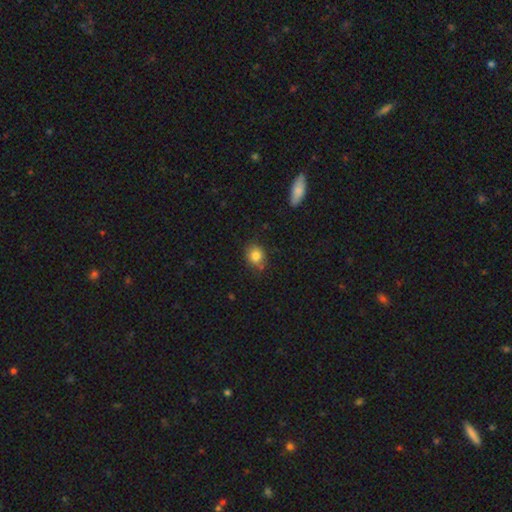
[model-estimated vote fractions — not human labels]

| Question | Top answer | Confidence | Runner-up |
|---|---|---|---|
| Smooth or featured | smooth | 83% | star or artifact (10%) |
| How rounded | round | 65% | in between (34%) |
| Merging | none | 76% | minor disturbance (17%) |